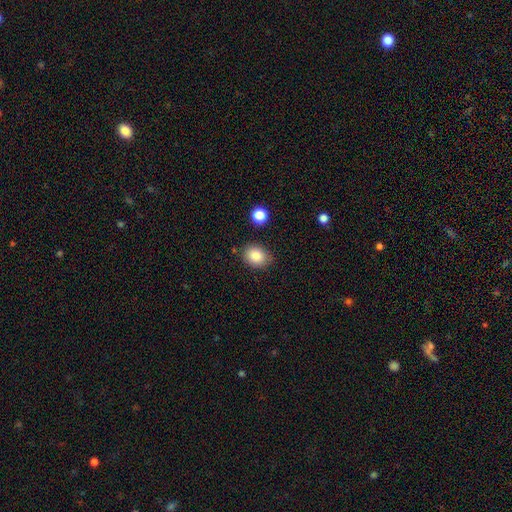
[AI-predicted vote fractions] smooth 84%, star or artifact 9%, featured or disk 6%. Down the decision tree: how rounded — in between (56%); merging — none (82%).